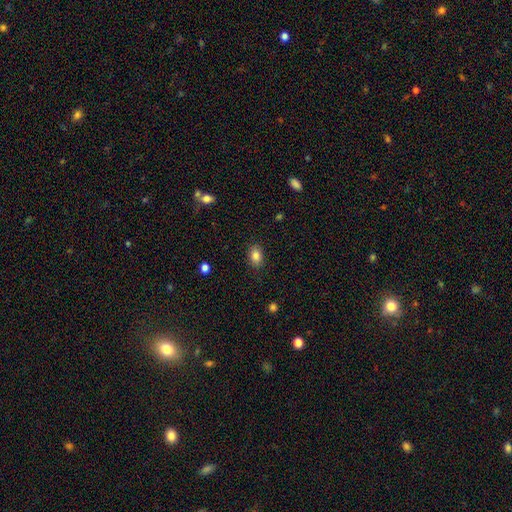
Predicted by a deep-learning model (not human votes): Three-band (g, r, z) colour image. It shows a smooth galaxy with no disk features (85%) that is in between round and cigar-shaped (77%). Merging: none (87%).